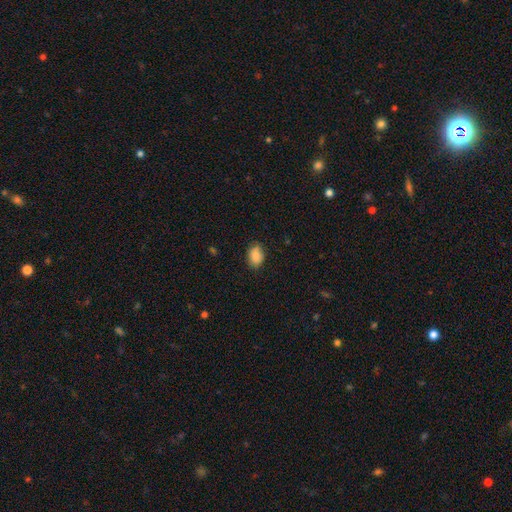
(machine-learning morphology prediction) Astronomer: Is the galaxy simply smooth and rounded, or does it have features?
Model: smooth — 88%.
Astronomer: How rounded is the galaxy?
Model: in between — 78%.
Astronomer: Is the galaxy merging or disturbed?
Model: none — 77%.